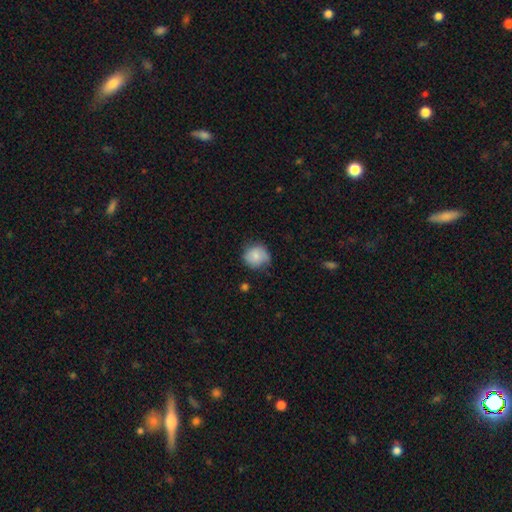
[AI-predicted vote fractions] Smooth or featured? smooth (77%)
How rounded? round (84%)
Merging? none (64%)